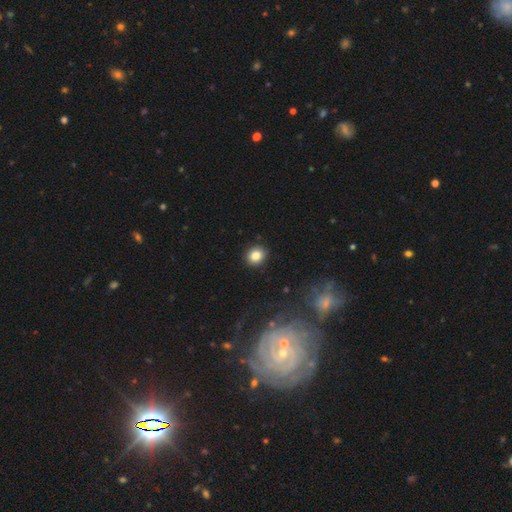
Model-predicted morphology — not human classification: type=smooth (83%); roundness=round (75%); merging=none (91%).